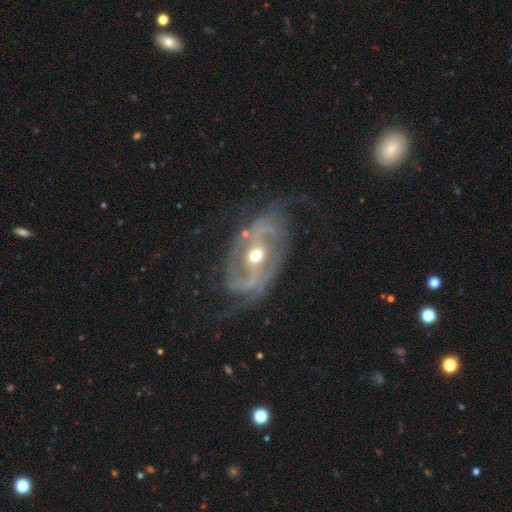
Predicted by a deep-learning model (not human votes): Q: Smooth or featured?
A: featured or disk (87%); runner-up: smooth (8%)
Q: Edge-on disk?
A: no (95%); runner-up: yes (5%)
Q: Bar?
A: weak (38%); runner-up: no (36%)
Q: Spiral arms?
A: yes (88%); runner-up: no (12%)
Q: Spiral winding?
A: medium (44%); runner-up: tight (28%)
Q: Spiral arm count?
A: 2 (77%); runner-up: can't tell (10%)
Q: Bulge size?
A: moderate (76%); runner-up: small (16%)
Q: Merging?
A: none (65%); runner-up: minor disturbance (19%)